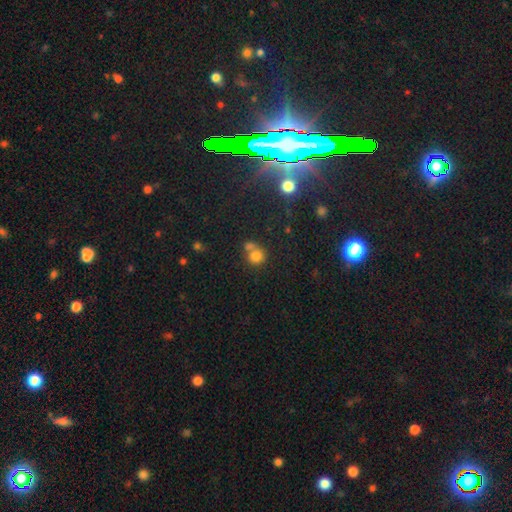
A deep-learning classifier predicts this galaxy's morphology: smooth 77%, star or artifact 13%, featured or disk 9%. Down the decision tree: how rounded — round (84%); merging — none (45%).